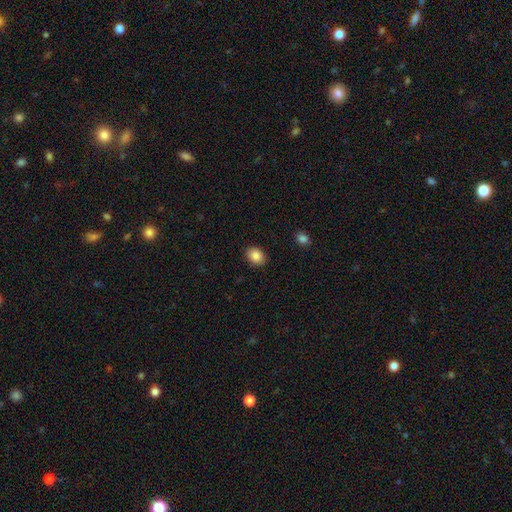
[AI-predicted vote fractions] This appears to be a smooth galaxy with no disk features (87%) that is in between round and cigar-shaped (67%). Merging: none (89%).